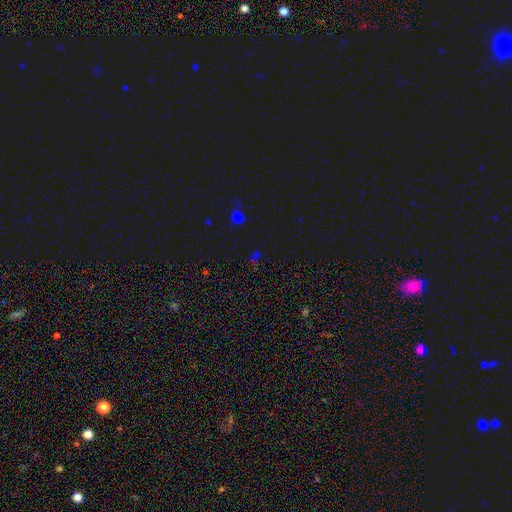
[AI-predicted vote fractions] smooth-or-featured: star or artifact: 58% | smooth: 33% | featured or disk: 9%